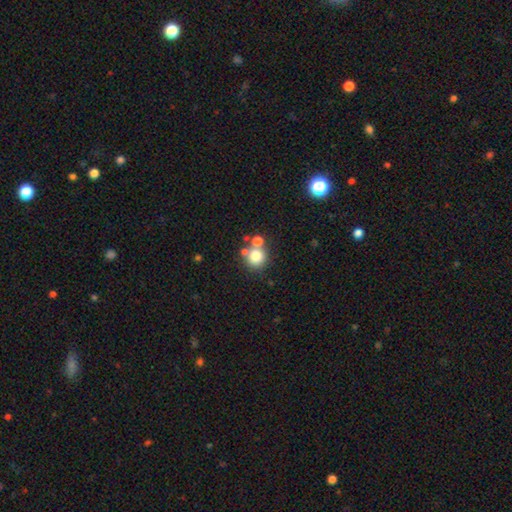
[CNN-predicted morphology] Overall: smooth (78%). How rounded: round (90%). Merging: none (61%; merger 26%).